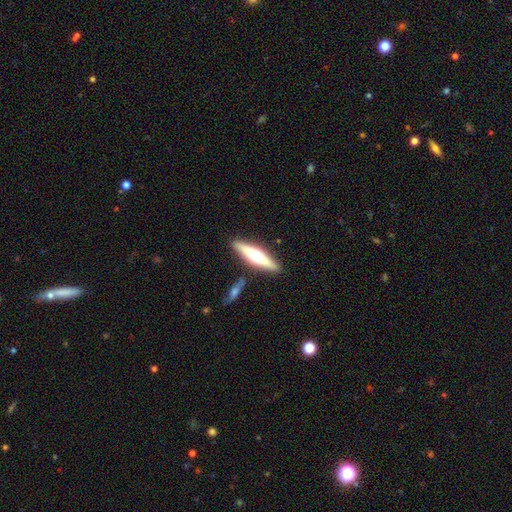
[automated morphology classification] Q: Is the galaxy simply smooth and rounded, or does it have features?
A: featured or disk — 54%.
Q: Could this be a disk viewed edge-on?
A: yes — 95%.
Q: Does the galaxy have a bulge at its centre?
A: rounded — 84%.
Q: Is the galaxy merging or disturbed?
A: none — 83%.